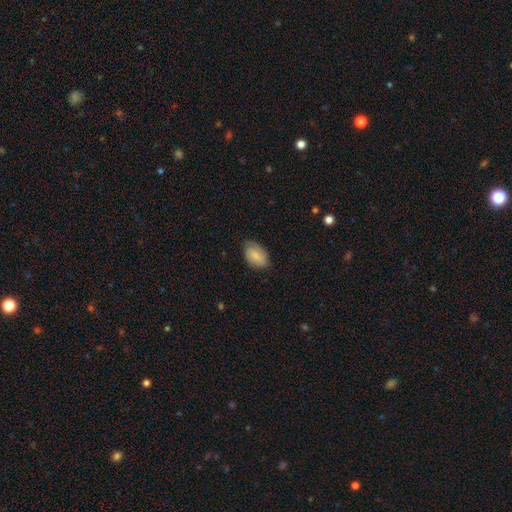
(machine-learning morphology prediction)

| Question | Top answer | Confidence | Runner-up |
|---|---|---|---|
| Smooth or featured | smooth | 72% | featured or disk (21%) |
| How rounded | in between | 90% | round (8%) |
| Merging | none | 71% | minor disturbance (24%) |